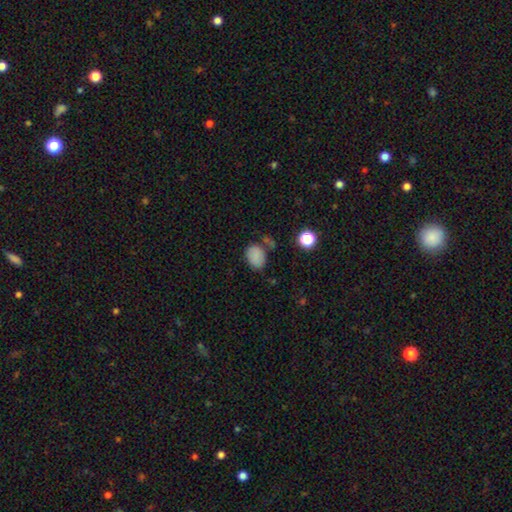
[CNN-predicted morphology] This appears to be a smooth galaxy with no disk features (82%) that is in between round and cigar-shaped (72%). Merging: none (64%).